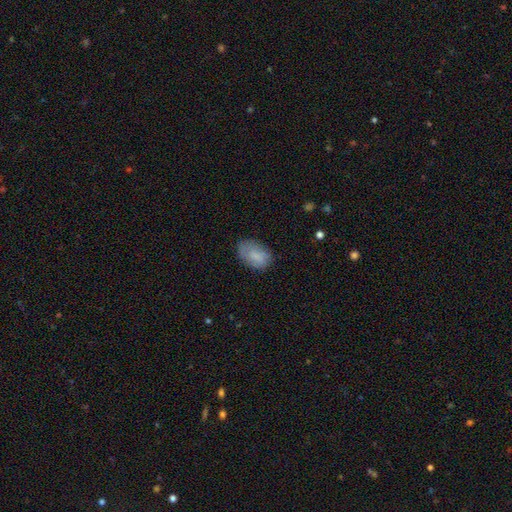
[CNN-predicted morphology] smooth-or-featured: smooth: 79% | featured or disk: 14% | star or artifact: 7%
  how-rounded: in between: 90% | round: 9% | cigar-shaped: 1%
  merging: none: 71% | minor disturbance: 22% | major disturbance: 6% | merger: 1%